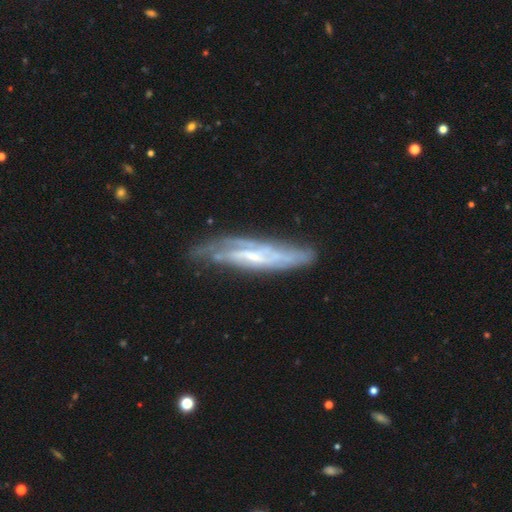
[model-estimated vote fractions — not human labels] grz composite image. It shows a featured or disk galaxy (77%). Merging: none (64%).